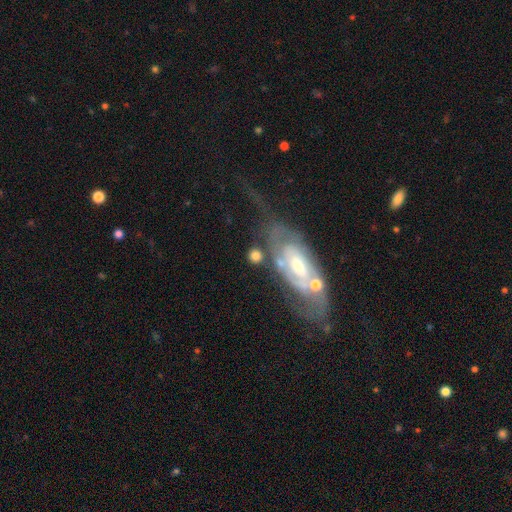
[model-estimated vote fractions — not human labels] Morphology: type=smooth (55%); roundness=round (56%); merging=none (53%).